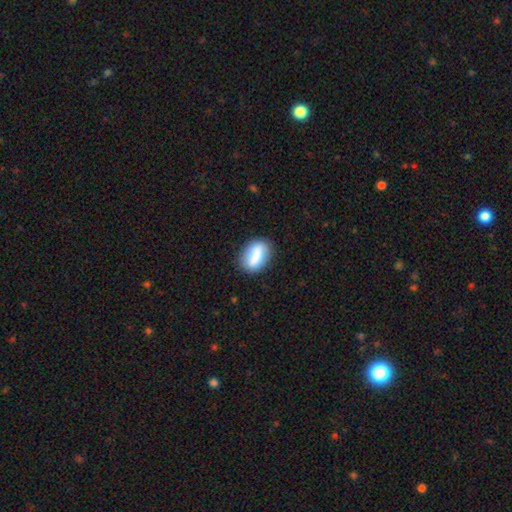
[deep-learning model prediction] This is likely a smooth galaxy (76%). How rounded: clearly in between (83%). Merging: clearly none (84%).